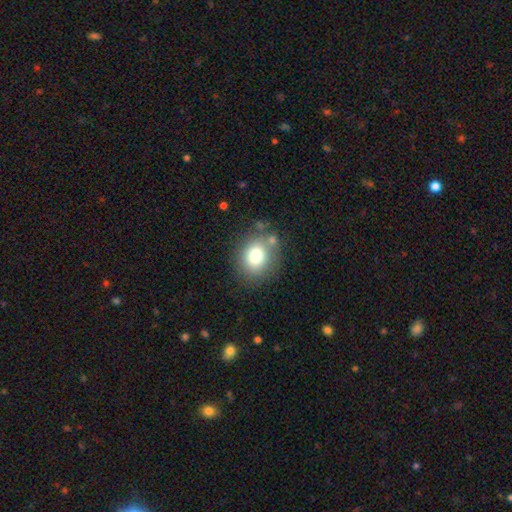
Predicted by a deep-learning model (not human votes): Smooth or featured: smooth — 76% (featured or disk — 13%)
How rounded: round — 67% (in between — 32%)
Merging: none — 74% (minor disturbance — 14%)